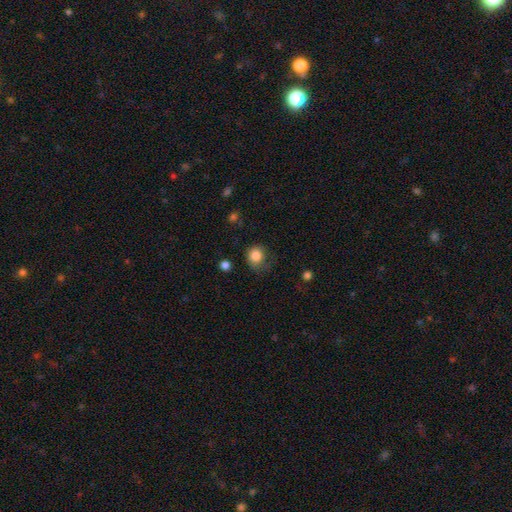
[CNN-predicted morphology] Smooth or featured: smooth — 83% (star or artifact — 10%)
How rounded: round — 77% (in between — 22%)
Merging: none — 63% (minor disturbance — 26%)